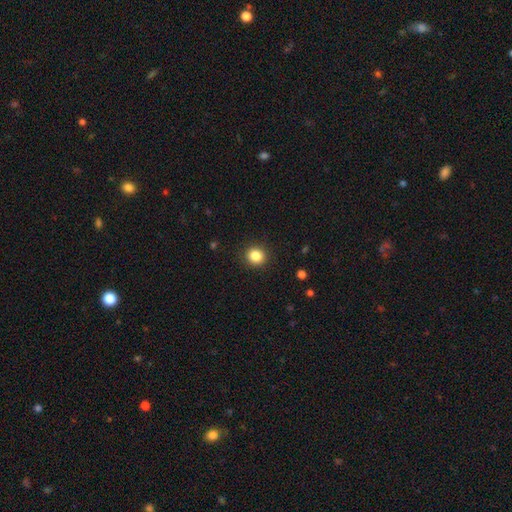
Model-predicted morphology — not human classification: Smooth or featured: smooth — 85% (star or artifact — 11%)
How rounded: round — 87% (in between — 12%)
Merging: none — 91% (minor disturbance — 6%)